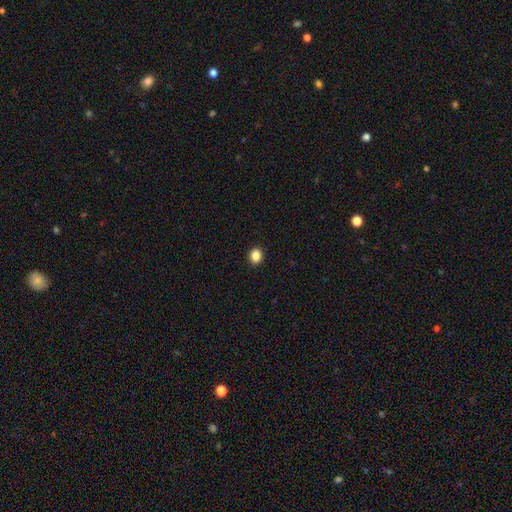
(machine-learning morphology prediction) smooth 85%, star or artifact 11%, featured or disk 4%. Down the decision tree: how rounded — round (67%); merging — none (92%).